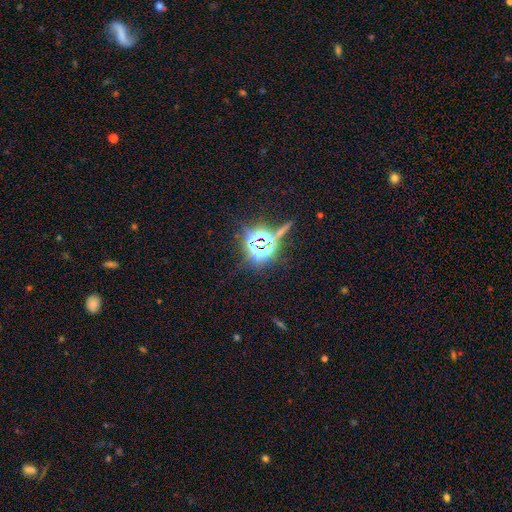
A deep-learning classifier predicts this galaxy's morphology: Overall: star or artifact (80%).